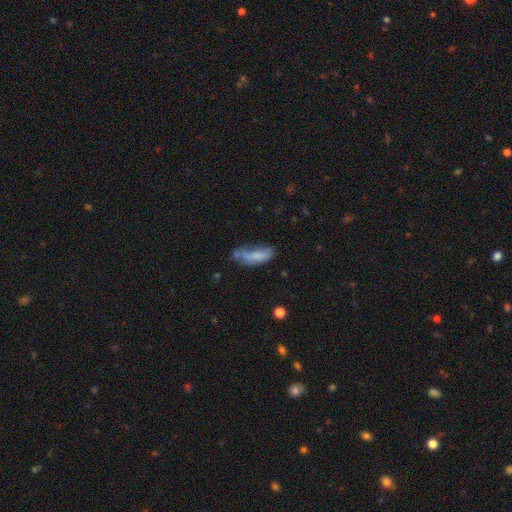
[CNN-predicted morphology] A smooth galaxy with no disk features (68%) that is in between round and cigar-shaped (62%). Merging: none (32%).